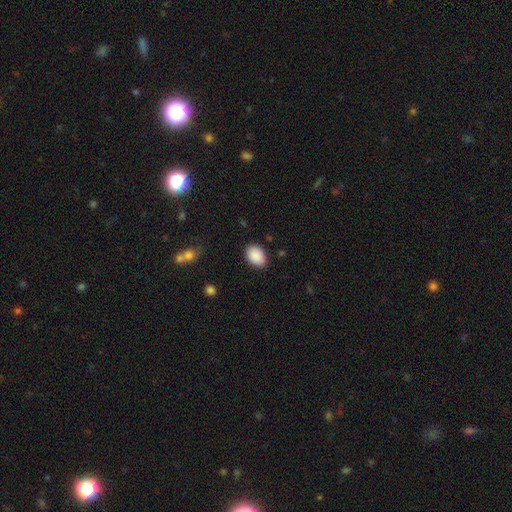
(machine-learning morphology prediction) A smooth galaxy with no disk features (90%) that is in between round and cigar-shaped (80%).

Vote fractions:
- Smooth or featured? smooth: 90% / star or artifact: 7% / featured or disk: 3%
- How rounded? in between: 80% / round: 19% / cigar-shaped: 1%
- Merging? none: 83% / minor disturbance: 13% / major disturbance: 3% / merger: 1%